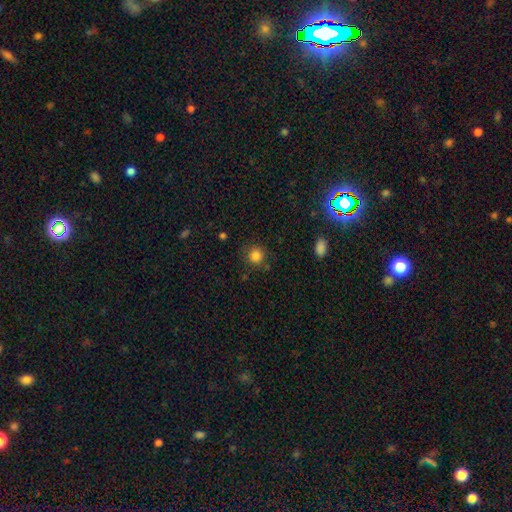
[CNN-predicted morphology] Q: Smooth or featured?
A: smooth (84%); runner-up: star or artifact (12%)
Q: How rounded?
A: round (92%); runner-up: in between (7%)
Q: Merging?
A: none (83%); runner-up: minor disturbance (11%)